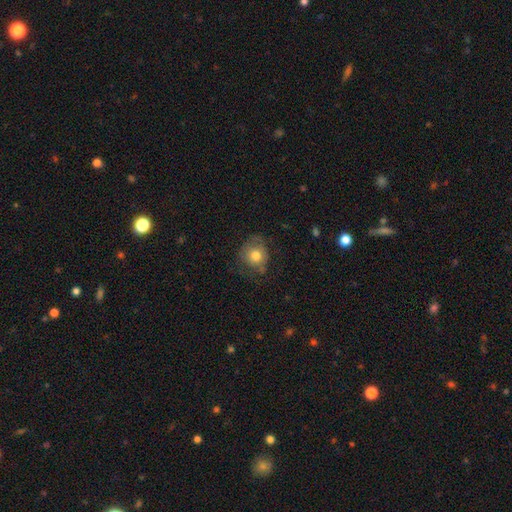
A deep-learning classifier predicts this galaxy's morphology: Smooth or featured? Predicted: smooth (p=0.72). How rounded? Predicted: round (p=0.79). Merging? Predicted: none (p=0.58).